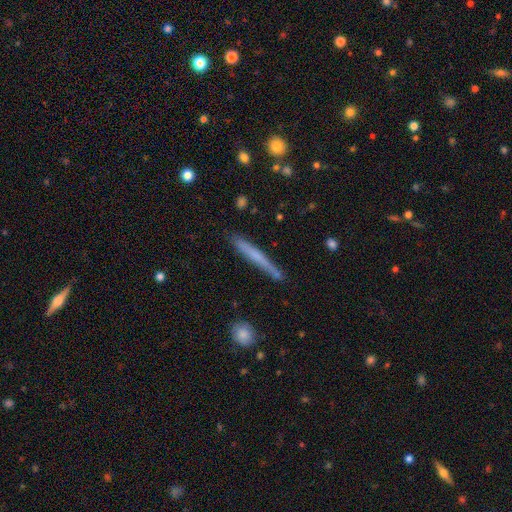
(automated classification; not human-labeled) smooth-or-featured: smooth: 52% | featured or disk: 41% | star or artifact: 7%
  how-rounded: cigar-shaped: 96% | in between: 3% | round: 2%
  merging: none: 84% | minor disturbance: 11% | major disturbance: 2% | merger: 2%